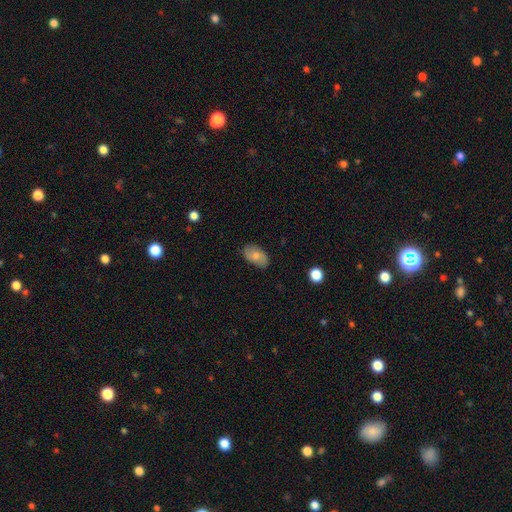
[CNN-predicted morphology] This is likely a smooth galaxy (73%). How rounded: clearly in between (93%). Merging: clearly none (81%).